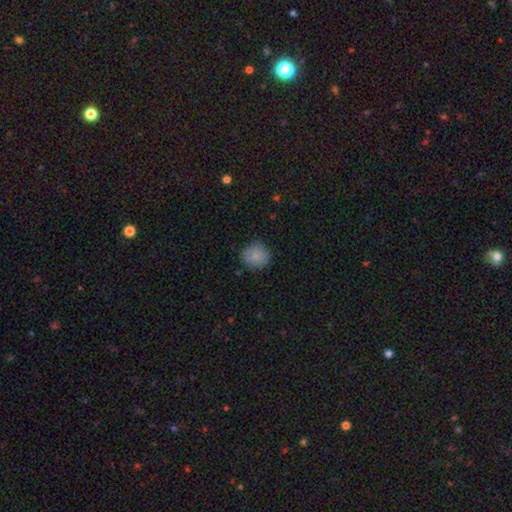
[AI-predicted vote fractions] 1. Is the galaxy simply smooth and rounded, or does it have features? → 84% smooth, 8% star or artifact, 7% featured or disk.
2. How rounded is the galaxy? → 86% round, 13% in between, 1% cigar-shaped.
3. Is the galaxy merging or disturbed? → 79% none, 16% minor disturbance, 3% major disturbance, 1% merger.